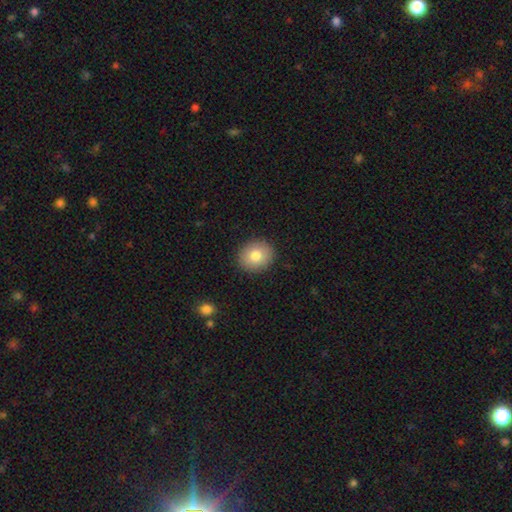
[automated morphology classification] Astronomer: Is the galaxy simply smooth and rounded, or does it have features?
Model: smooth — 78%.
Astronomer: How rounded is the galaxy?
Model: round — 77%.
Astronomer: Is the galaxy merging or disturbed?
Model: none — 90%.